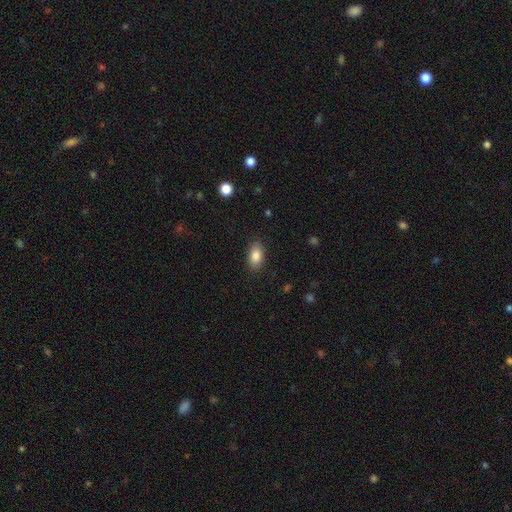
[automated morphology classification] smooth 85%, star or artifact 8%, featured or disk 8%. Down the decision tree: how rounded — in between (91%); merging — none (86%).